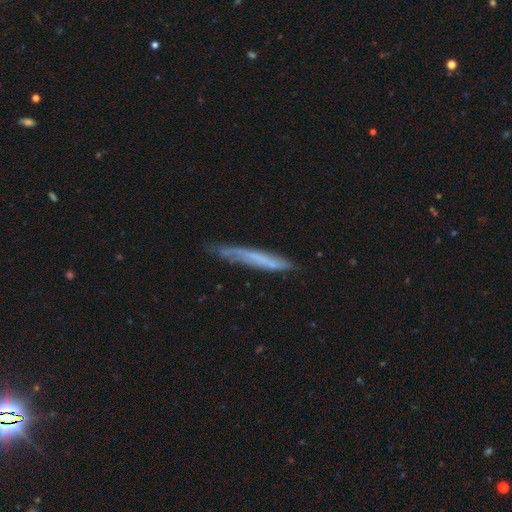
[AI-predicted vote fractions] Smooth or featured: smooth — 52% (featured or disk — 38%)
How rounded: cigar-shaped — 95% (in between — 3%)
Merging: none — 78% (minor disturbance — 17%)